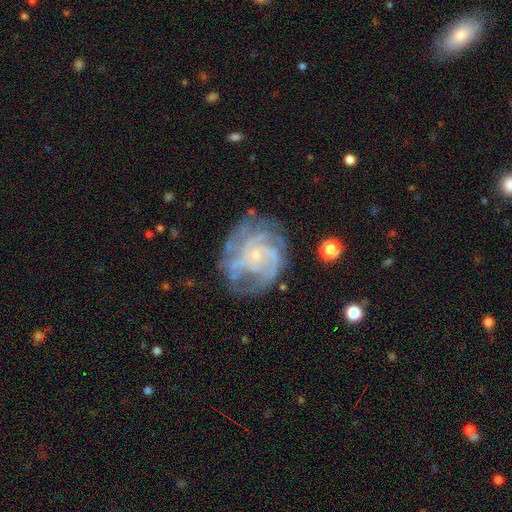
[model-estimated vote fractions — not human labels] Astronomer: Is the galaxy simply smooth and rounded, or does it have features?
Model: featured or disk — 85%.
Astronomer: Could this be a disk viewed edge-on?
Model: no — 98%.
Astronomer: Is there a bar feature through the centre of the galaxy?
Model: no — 72%.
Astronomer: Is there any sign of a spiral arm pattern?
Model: yes — 95%.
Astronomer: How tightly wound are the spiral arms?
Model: tight — 57% (runner-up: medium, 34%).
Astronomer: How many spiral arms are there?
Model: can't tell — 27% (runner-up: 3, 24%).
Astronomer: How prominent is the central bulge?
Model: small — 78%.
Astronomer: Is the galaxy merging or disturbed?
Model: none — 66%.